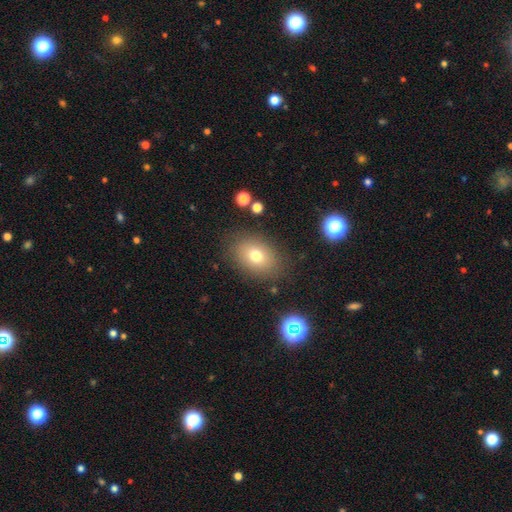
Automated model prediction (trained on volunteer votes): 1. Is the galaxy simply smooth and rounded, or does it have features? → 74% smooth, 14% featured or disk, 12% star or artifact.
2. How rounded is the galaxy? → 75% in between, 24% round, 1% cigar-shaped.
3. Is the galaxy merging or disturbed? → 82% none, 11% minor disturbance, 4% major disturbance, 2% merger.